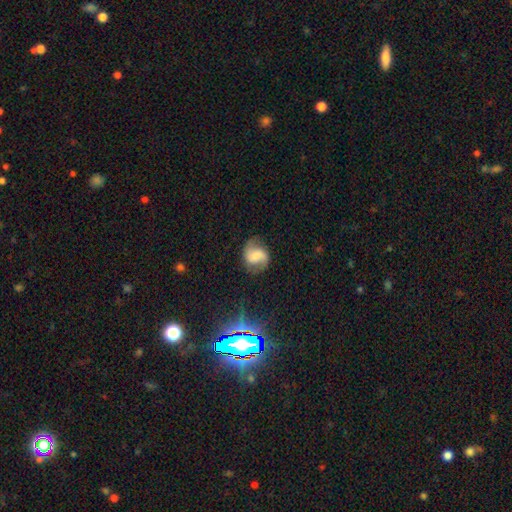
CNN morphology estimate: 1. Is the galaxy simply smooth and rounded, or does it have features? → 65% featured or disk, 25% smooth, 9% star or artifact.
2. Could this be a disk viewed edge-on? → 98% no, 2% yes.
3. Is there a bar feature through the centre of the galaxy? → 44% weak, 36% no, 21% strong.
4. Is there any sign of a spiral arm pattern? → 93% yes, 7% no.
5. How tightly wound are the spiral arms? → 44% medium, 40% loose, 16% tight.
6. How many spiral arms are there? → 89% 2, 5% can't tell, 4% 1, 1% 3, 1% 4, 1% more than 4.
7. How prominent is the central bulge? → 33% small, 30% moderate, 23% none, 11% large, 3% dominant.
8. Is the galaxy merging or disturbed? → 73% none, 18% minor disturbance, 7% major disturbance, 2% merger.